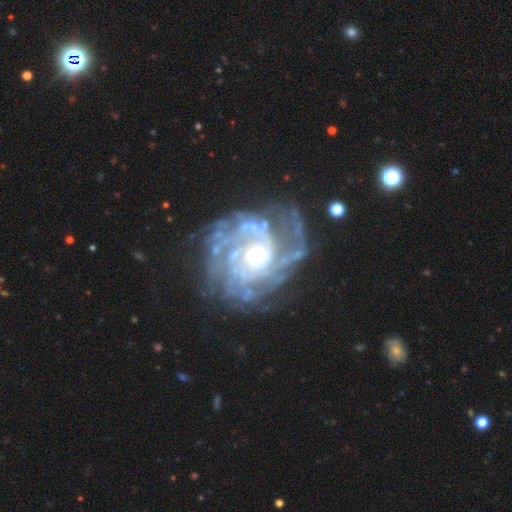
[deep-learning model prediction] A featured or disk galaxy (90%) with no bar (73%), tight (65%) spiral arms (97%) and a moderate central bulge (56%). Merging: none (64%).